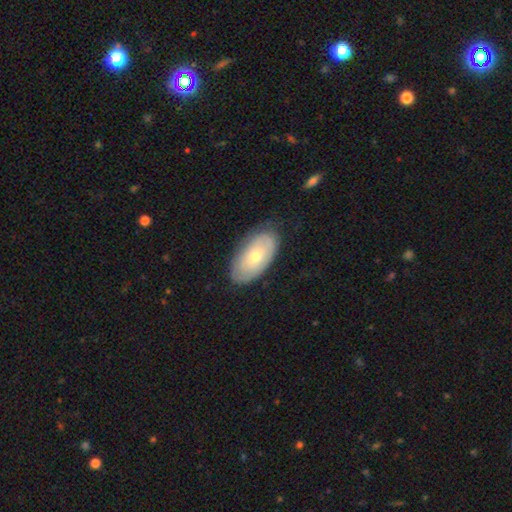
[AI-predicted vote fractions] A smooth galaxy with no disk features (48%).

Vote fractions:
- Smooth or featured? smooth: 48% / featured or disk: 45% / star or artifact: 6%
- Merging? none: 79% / minor disturbance: 16% / major disturbance: 4% / merger: 1%